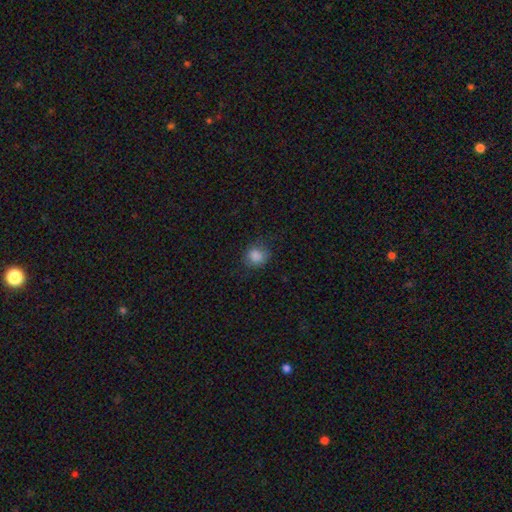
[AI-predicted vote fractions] Q: Smooth or featured?
A: smooth (86%); runner-up: star or artifact (10%)
Q: How rounded?
A: round (78%); runner-up: in between (21%)
Q: Merging?
A: none (76%); runner-up: minor disturbance (17%)